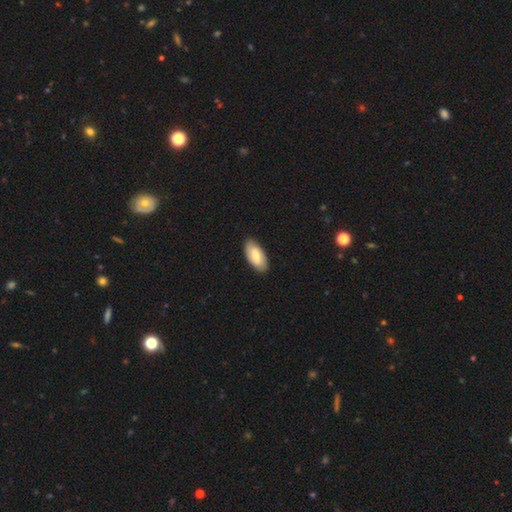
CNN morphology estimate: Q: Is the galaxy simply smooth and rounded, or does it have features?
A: smooth — 67%.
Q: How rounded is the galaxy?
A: in between — 93%.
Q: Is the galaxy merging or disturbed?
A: none — 87%.